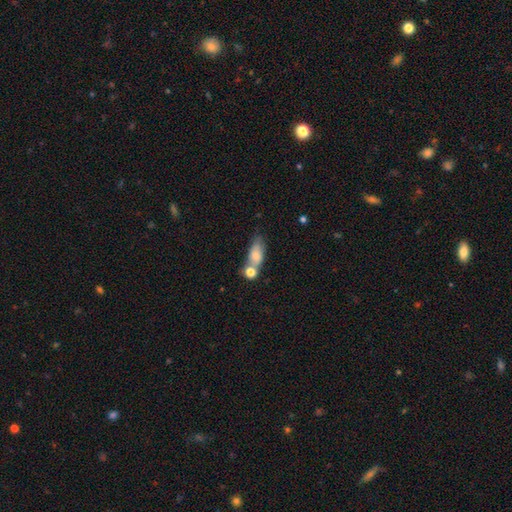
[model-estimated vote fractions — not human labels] This appears to be a smooth galaxy with no disk features (74%) that is in between round and cigar-shaped (71%). Merging: none (39%).